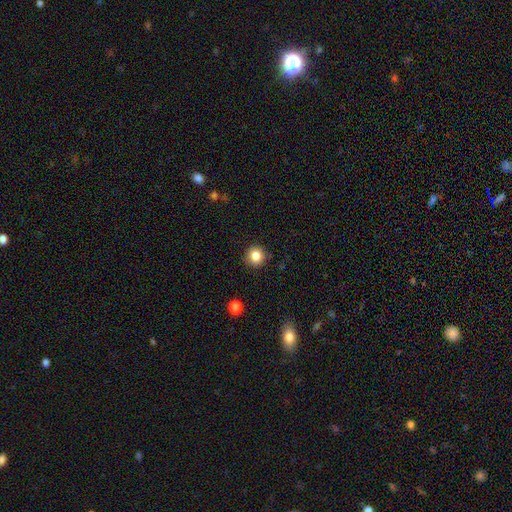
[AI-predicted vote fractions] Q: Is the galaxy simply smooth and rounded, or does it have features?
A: smooth — 84%.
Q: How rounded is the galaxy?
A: round — 91%.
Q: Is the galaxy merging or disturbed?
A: none — 88%.